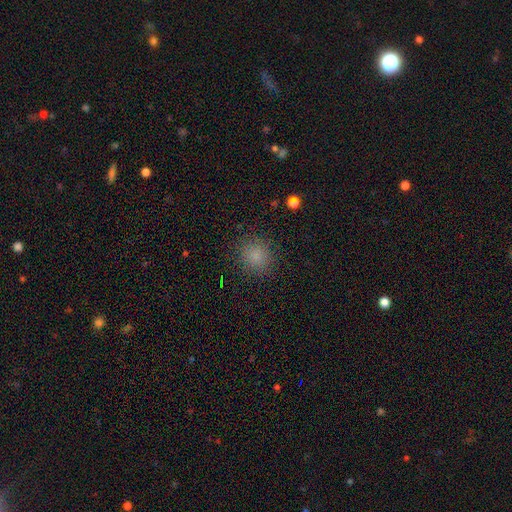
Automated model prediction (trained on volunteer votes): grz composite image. It shows a smooth galaxy with no disk features (82%) that is round (85%). Merging: none (88%).